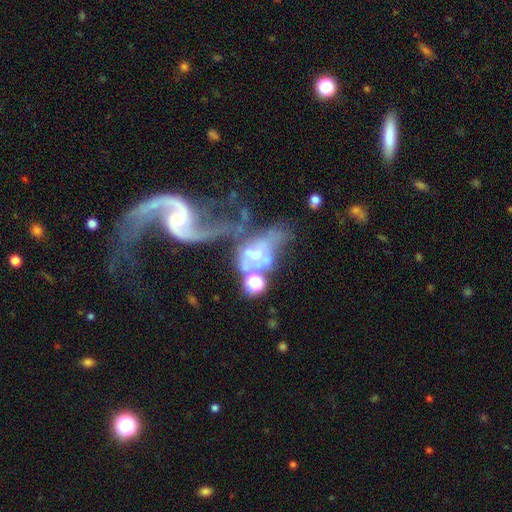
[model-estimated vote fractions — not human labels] A featured or disk galaxy (59%) with no bar (68%), no spiral arms (67%) and a moderate central bulge (41%).

Vote fractions:
- Smooth or featured? featured or disk: 59% / smooth: 25% / star or artifact: 16%
- Edge-on disk? no: 93% / yes: 7%
- Bar? no: 68% / weak: 21% / strong: 11%
- Spiral arms? no: 67% / yes: 33%
- Bulge size? moderate: 41% / small: 26% / none: 17% / large: 12% / dominant: 4%
- Merging? merger: 43% / major disturbance: 40% / none: 11% / minor disturbance: 7%